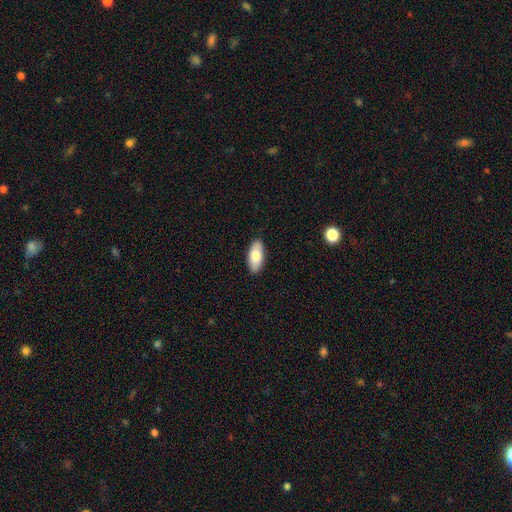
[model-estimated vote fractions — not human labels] Smooth or featured?
  - smooth: 77% *
  - featured or disk: 17%
  - star or artifact: 6%
How rounded?
  - in between: 91% *
  - cigar-shaped: 7%
  - round: 2%
Merging?
  - none: 89% *
  - minor disturbance: 8%
  - major disturbance: 2%
  - merger: 1%